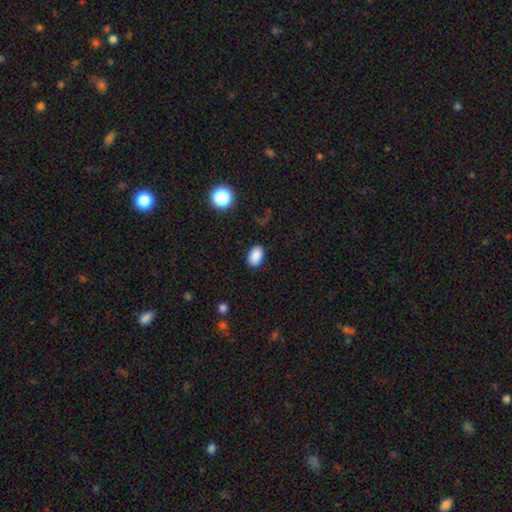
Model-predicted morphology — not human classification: smooth_or_featured: smooth (p=0.88) [alt: star or artifact p=0.09]
how_rounded: in between (p=0.86) [alt: round p=0.13]
merging: none (p=0.87) [alt: minor disturbance p=0.09]